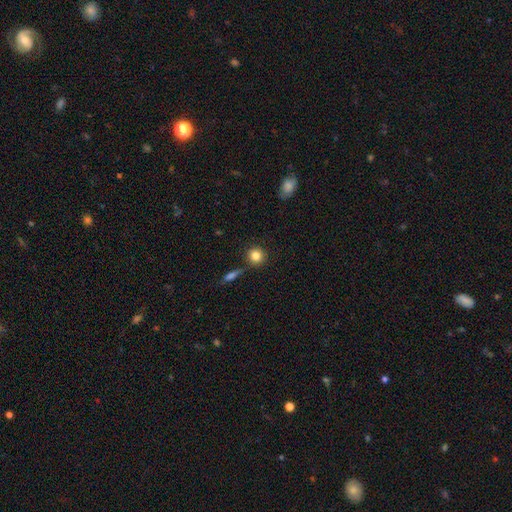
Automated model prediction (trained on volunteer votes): Smooth or featured: smooth — 83% (star or artifact — 10%)
How rounded: round — 90% (in between — 8%)
Merging: none — 82% (minor disturbance — 9%)